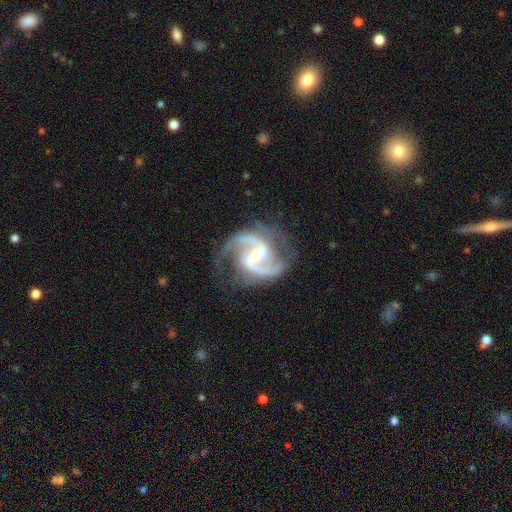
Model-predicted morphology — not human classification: A featured or disk galaxy (93%) with a weak bar (47%), 2 (91%) medium (62%) spiral arms (98%) and a small central bulge (54%).

Vote fractions:
- Smooth or featured? featured or disk: 93% / star or artifact: 5% / smooth: 3%
- Edge-on disk? no: 98% / yes: 2%
- Bar? weak: 47% / strong: 39% / no: 13%
- Spiral arms? yes: 98% / no: 2%
- Spiral winding? medium: 62% / loose: 25% / tight: 13%
- Spiral arm count? 2: 91% / 3: 3% / can't tell: 2% / 1: 1% / 4: 1% / more than 4: 1%
- Bulge size? small: 54% / moderate: 29% / none: 13% / large: 3% / dominant: 1%
- Merging? none: 75% / minor disturbance: 16% / major disturbance: 8% / merger: 2%